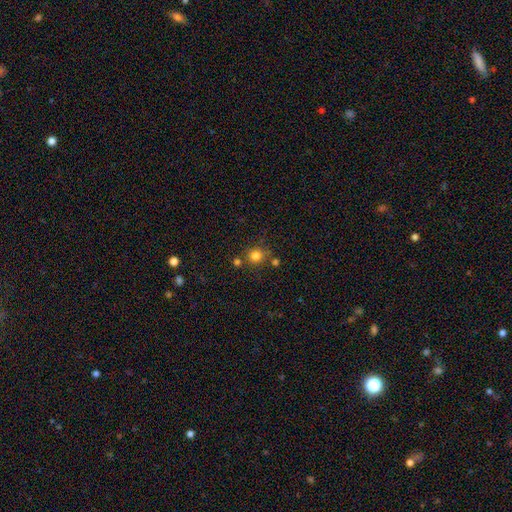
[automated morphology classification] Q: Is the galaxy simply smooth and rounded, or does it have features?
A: smooth — 79%.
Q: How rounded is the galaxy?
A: round — 91%.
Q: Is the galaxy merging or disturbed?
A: none — 75%.